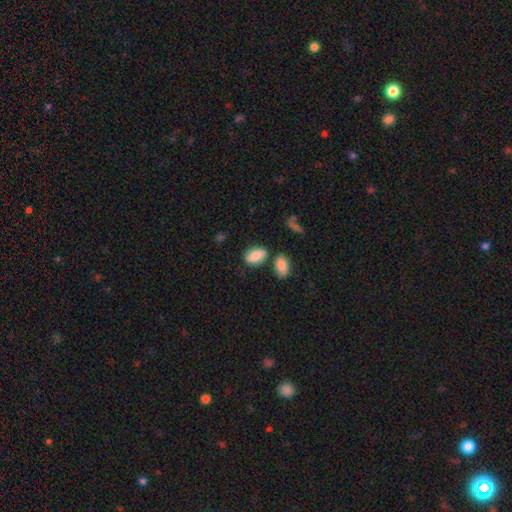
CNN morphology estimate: A smooth galaxy with no disk features (83%) that is in between round and cigar-shaped (92%).

Vote fractions:
- Smooth or featured? smooth: 83% / featured or disk: 9% / star or artifact: 7%
- How rounded? in between: 92% / round: 6% / cigar-shaped: 2%
- Merging? none: 66% / minor disturbance: 15% / merger: 14% / major disturbance: 4%